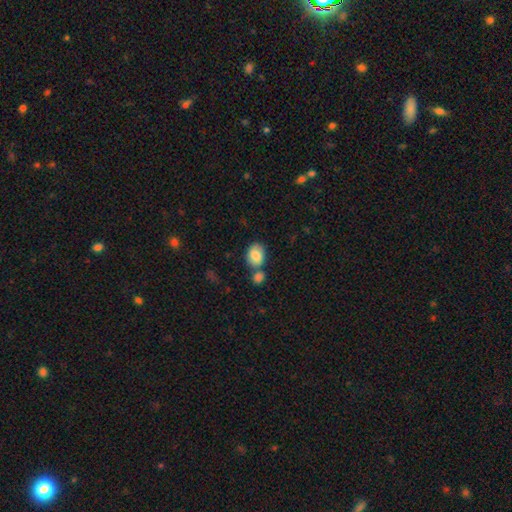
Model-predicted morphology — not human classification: This appears to be a smooth galaxy with no disk features (82%) that is in between round and cigar-shaped (70%). Merging: none (49%).